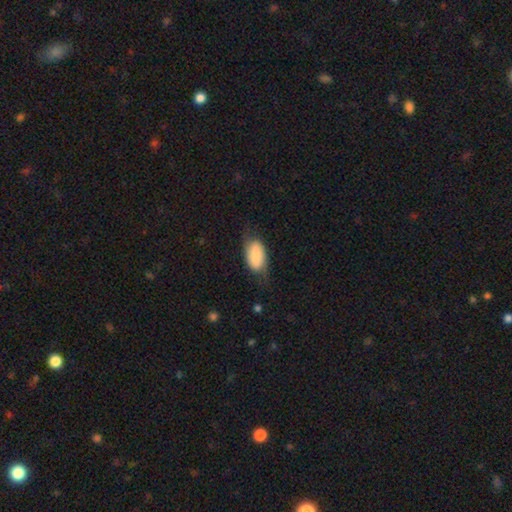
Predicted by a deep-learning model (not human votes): A smooth galaxy with no disk features (73%) that is in between round and cigar-shaped (93%). Merging: none (59%).